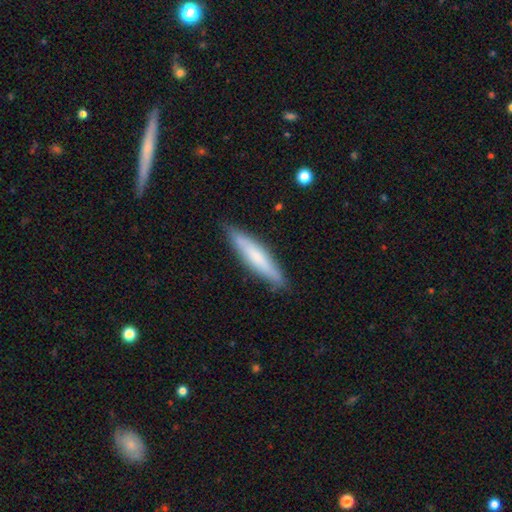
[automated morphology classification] Smooth or featured: smooth — 66% (featured or disk — 28%)
How rounded: cigar-shaped — 86% (in between — 12%)
Merging: none — 84% (minor disturbance — 12%)